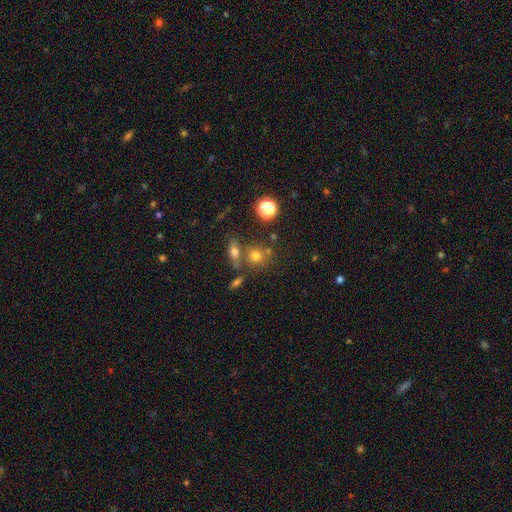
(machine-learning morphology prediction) Smooth or featured? Predicted: smooth (p=0.63). How rounded? Predicted: round (p=0.79). Merging? Predicted: none (p=0.62).